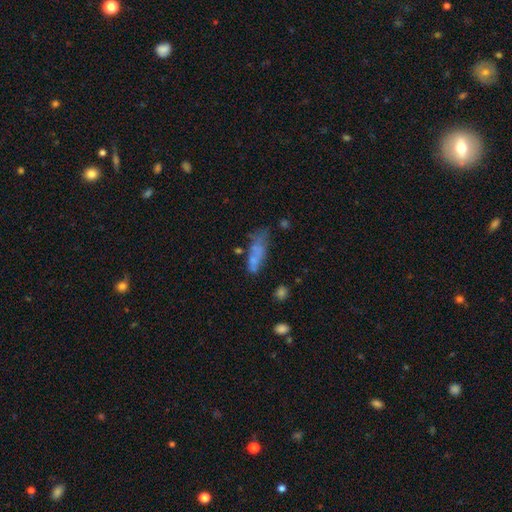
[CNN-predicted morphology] smooth 60%, featured or disk 28%, star or artifact 13%. Down the decision tree: how rounded — in between (50%); merging — none (38%).